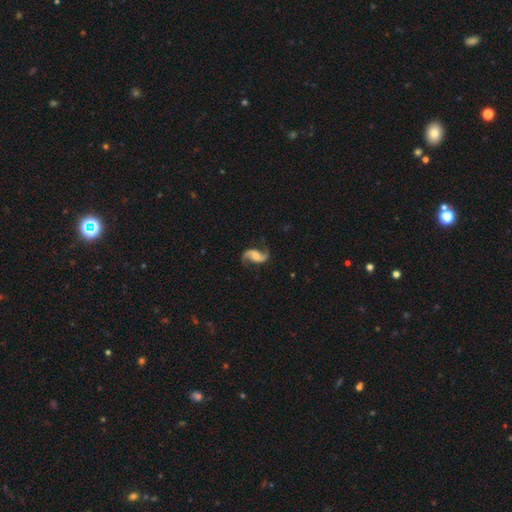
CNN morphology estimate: The model was most divided on "bulge size": moderate: 43%, small: 38%, none: 11%, large: 7%, dominant: 2%. Remaining: edge-on disk — no (98%); spiral arms — yes (97%); spiral arm count — 2 (94%); smooth or featured — featured or disk (90%); merging — none (80%); spiral winding — loose (65%); bar — no (46%).